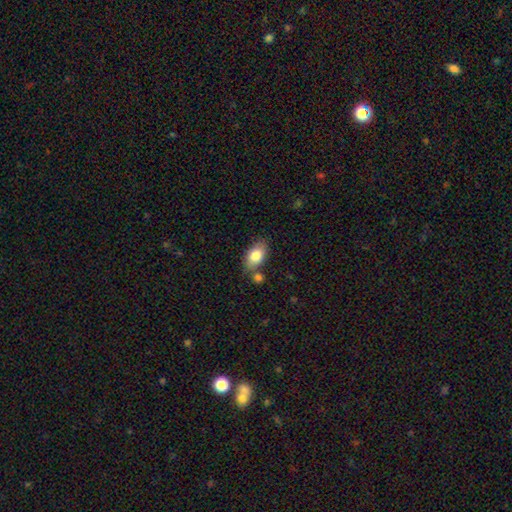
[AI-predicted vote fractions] The model was most divided on "merging": none: 69%, minor disturbance: 15%, merger: 12%, major disturbance: 4%. More confident: how rounded — in between (89%); smooth or featured — smooth (81%).